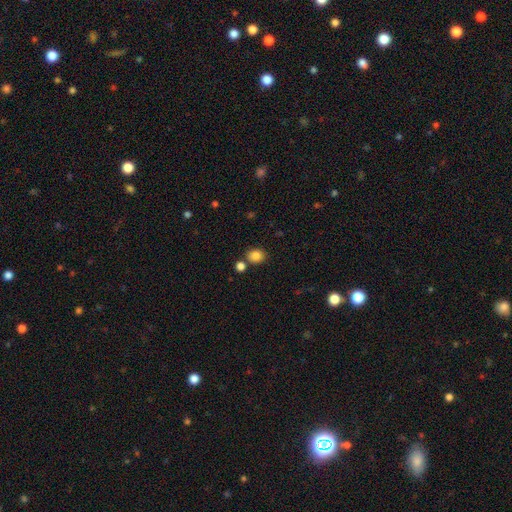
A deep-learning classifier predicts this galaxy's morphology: This appears to be a smooth galaxy with no disk features (84%) that is round (61%). Merging: none (74%).